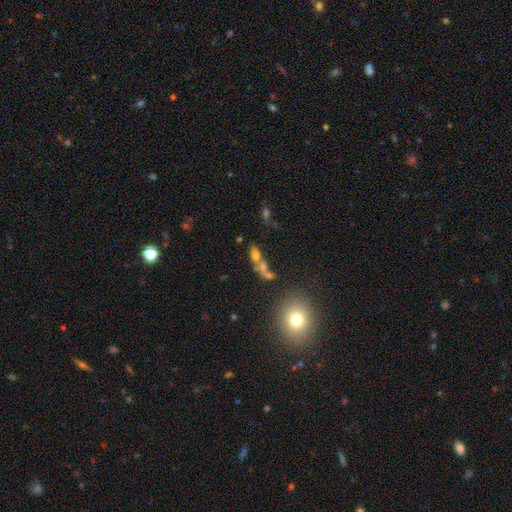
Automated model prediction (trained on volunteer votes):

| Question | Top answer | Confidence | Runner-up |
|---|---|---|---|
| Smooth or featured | smooth | 57% | featured or disk (25%) |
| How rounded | in between | 69% | round (18%) |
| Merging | merger | 58% | none (24%) |